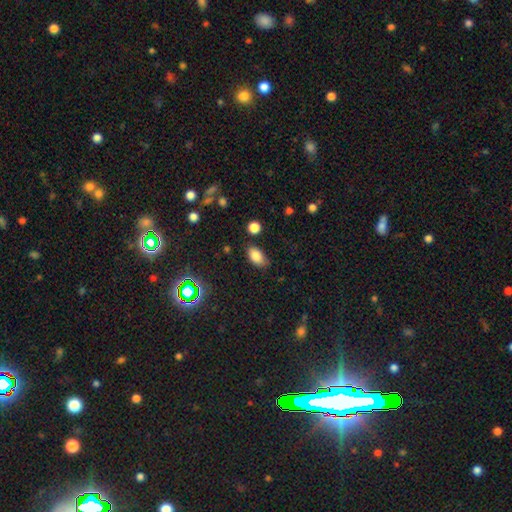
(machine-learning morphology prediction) smooth-or-featured: smooth: 82% | star or artifact: 11% | featured or disk: 7%
  how-rounded: in between: 91% | round: 7% | cigar-shaped: 2%
  merging: none: 72% | minor disturbance: 21% | major disturbance: 5% | merger: 3%